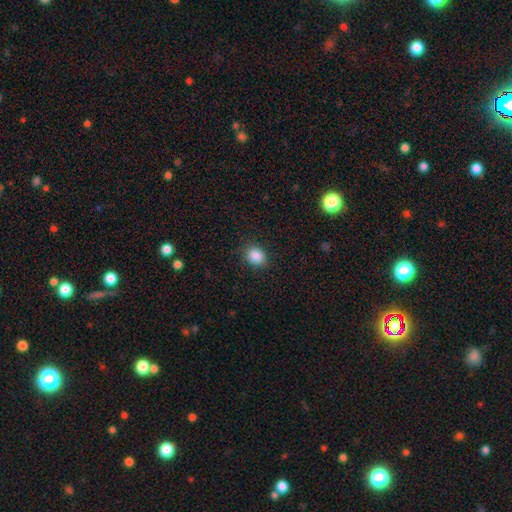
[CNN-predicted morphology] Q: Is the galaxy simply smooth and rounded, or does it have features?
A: smooth — 87%.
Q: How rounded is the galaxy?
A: round — 54%.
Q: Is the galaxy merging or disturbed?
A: none — 87%.